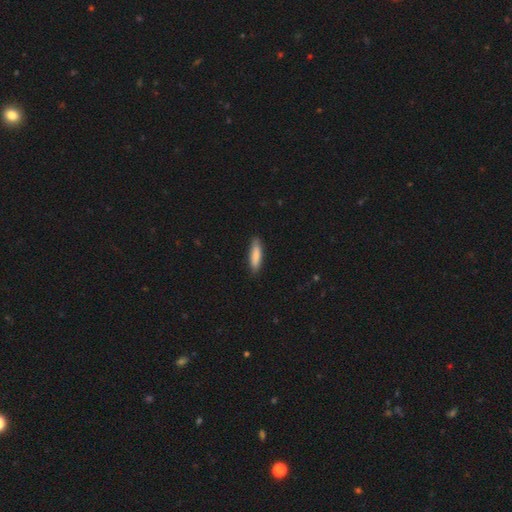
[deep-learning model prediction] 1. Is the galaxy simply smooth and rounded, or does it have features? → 84% smooth, 10% featured or disk, 5% star or artifact.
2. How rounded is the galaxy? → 70% cigar-shaped, 28% in between, 1% round.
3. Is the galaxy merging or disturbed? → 87% none, 10% minor disturbance, 2% major disturbance, 1% merger.